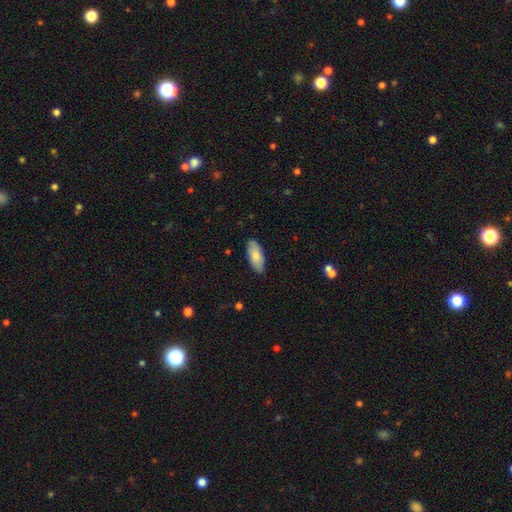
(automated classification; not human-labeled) smooth 80%, featured or disk 15%, star or artifact 5%. Down the decision tree: how rounded — in between (86%); merging — none (87%).